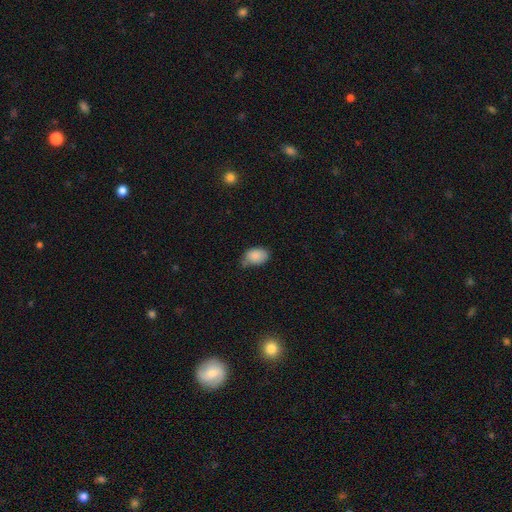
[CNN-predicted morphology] A smooth galaxy with no disk features (87%) that is in between round and cigar-shaped (79%).

Vote fractions:
- Smooth or featured? smooth: 87% / star or artifact: 8% / featured or disk: 5%
- How rounded? in between: 79% / round: 19% / cigar-shaped: 1%
- Merging? none: 51% / minor disturbance: 37% / major disturbance: 8% / merger: 4%